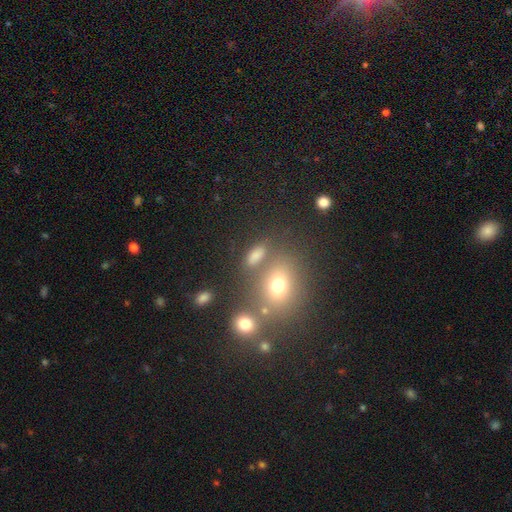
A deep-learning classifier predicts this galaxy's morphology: This appears to be a smooth galaxy with no disk features (59%) that is in between round and cigar-shaped (53%). Merging: none (58%).